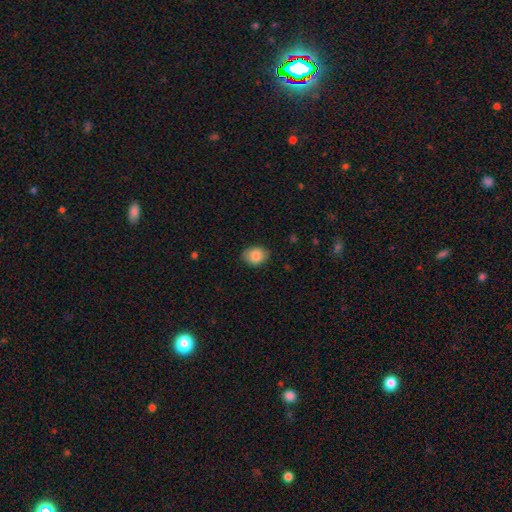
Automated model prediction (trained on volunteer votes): Smooth or featured?
  - smooth: 86% *
  - star or artifact: 7%
  - featured or disk: 6%
How rounded?
  - in between: 64% *
  - round: 35%
  - cigar-shaped: 1%
Merging?
  - none: 82% *
  - minor disturbance: 14%
  - major disturbance: 3%
  - merger: 1%